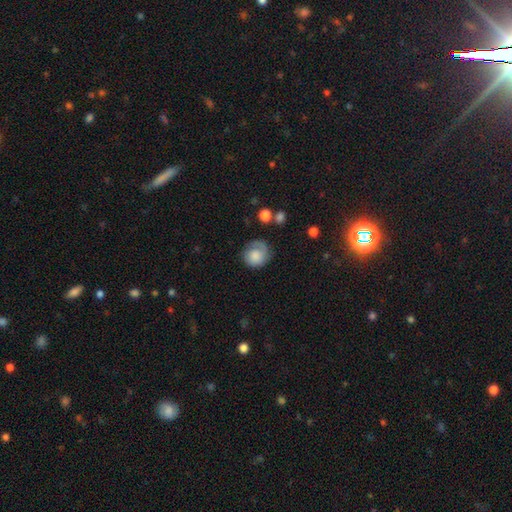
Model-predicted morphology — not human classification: Smooth or featured: smooth — 66% (featured or disk — 26%)
How rounded: round — 79% (in between — 20%)
Merging: none — 58% (minor disturbance — 24%)